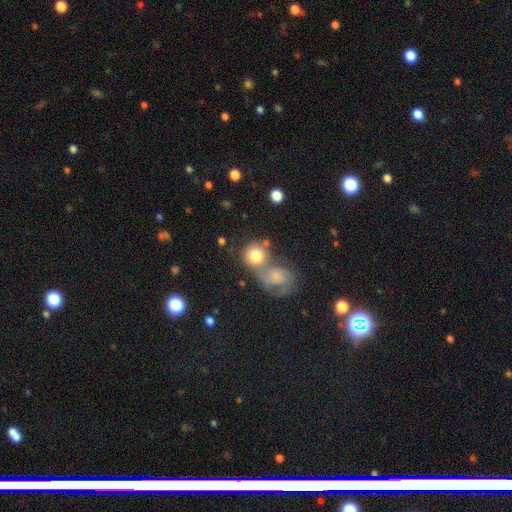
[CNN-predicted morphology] smooth 71%, featured or disk 21%, star or artifact 8%. Down the decision tree: how rounded — round (82%); merging — merger (52%).